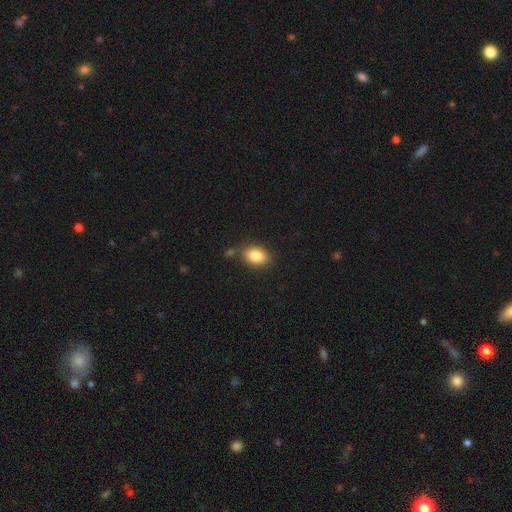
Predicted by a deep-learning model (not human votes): Overall: smooth (86%). How rounded: in between (84%). Merging: none (77%).